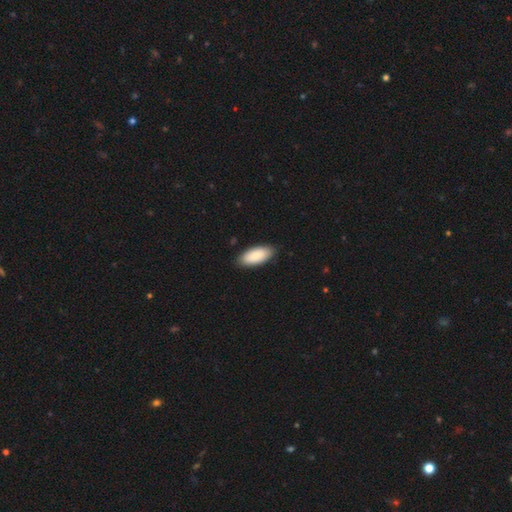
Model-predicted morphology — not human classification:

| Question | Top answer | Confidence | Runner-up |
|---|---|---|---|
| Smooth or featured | smooth | 88% | featured or disk (7%) |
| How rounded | in between | 90% | cigar-shaped (8%) |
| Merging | none | 87% | minor disturbance (11%) |